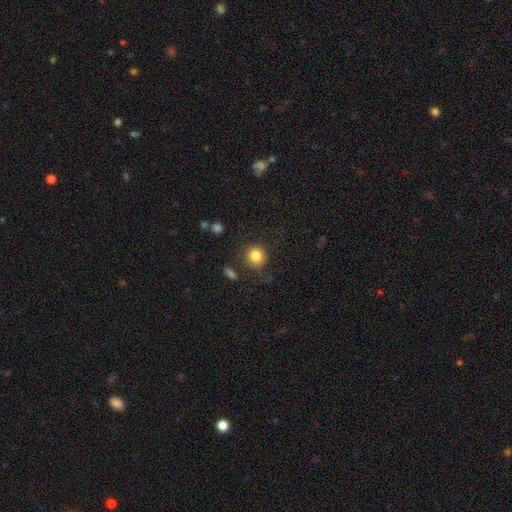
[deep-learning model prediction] A smooth galaxy with no disk features (83%) that is round (90%). Merging: none (83%).